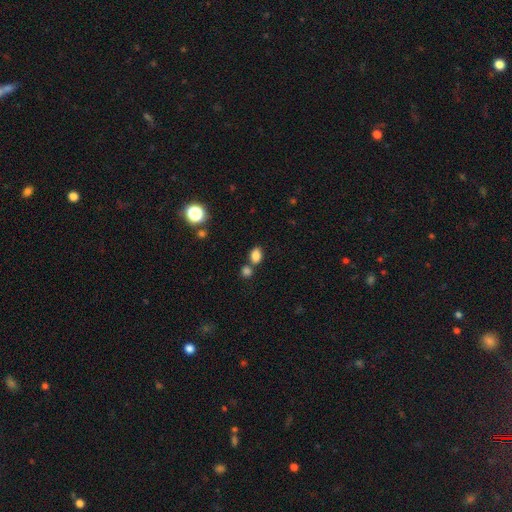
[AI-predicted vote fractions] Smooth or featured? smooth (83%)
How rounded? in between (76%)
Merging? none (58%)